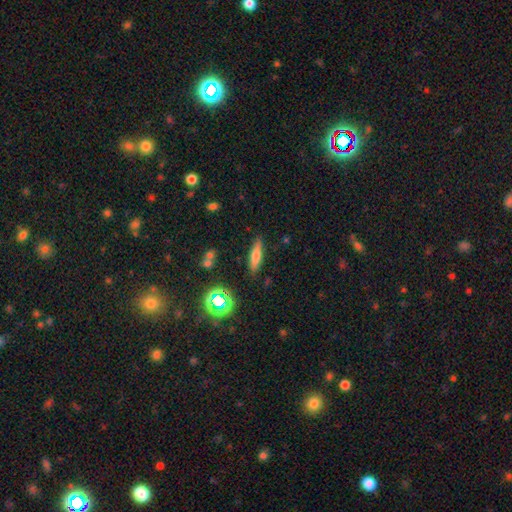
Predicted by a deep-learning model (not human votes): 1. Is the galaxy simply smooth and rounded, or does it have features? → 64% smooth, 23% featured or disk, 13% star or artifact.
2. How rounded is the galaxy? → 67% cigar-shaped, 30% in between, 3% round.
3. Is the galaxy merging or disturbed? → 84% none, 11% minor disturbance, 3% major disturbance, 2% merger.